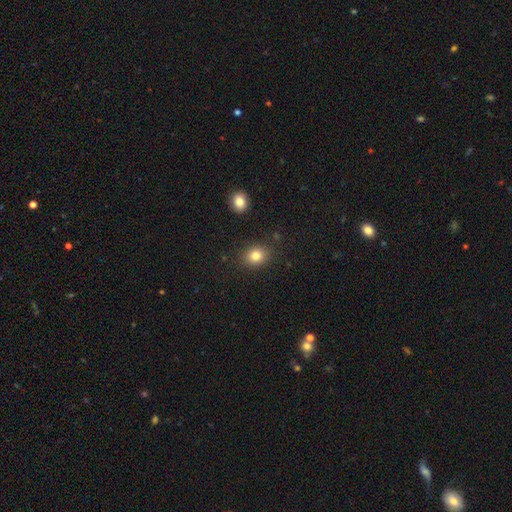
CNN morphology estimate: Smooth or featured? smooth (82%)
How rounded? round (59%)
Merging? none (86%)